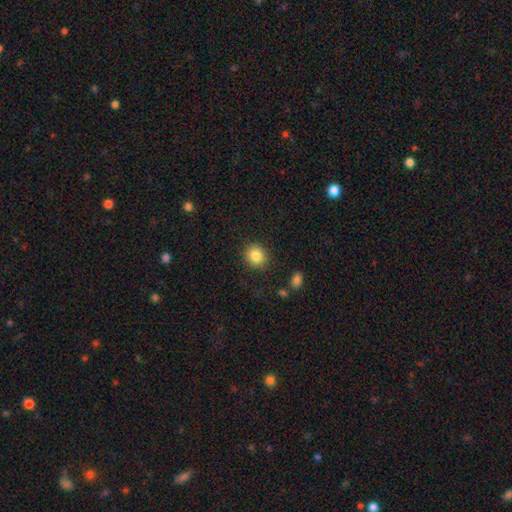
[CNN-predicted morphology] This appears to be a smooth galaxy with no disk features (85%) that is round (81%). Merging: none (88%).